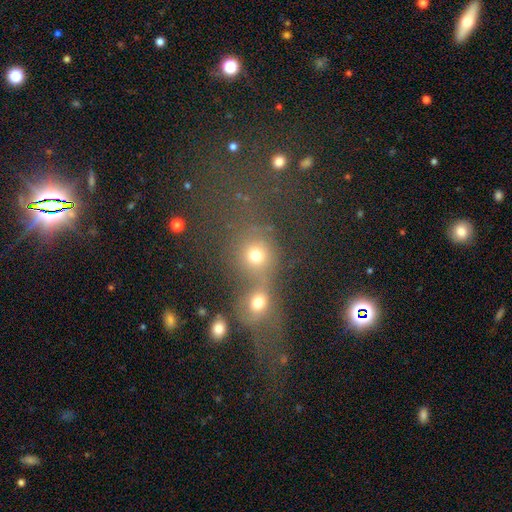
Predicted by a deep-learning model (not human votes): Q: Smooth or featured?
A: smooth (71%); runner-up: star or artifact (17%)
Q: How rounded?
A: round (78%); runner-up: in between (21%)
Q: Merging?
A: merger (62%); runner-up: none (27%)